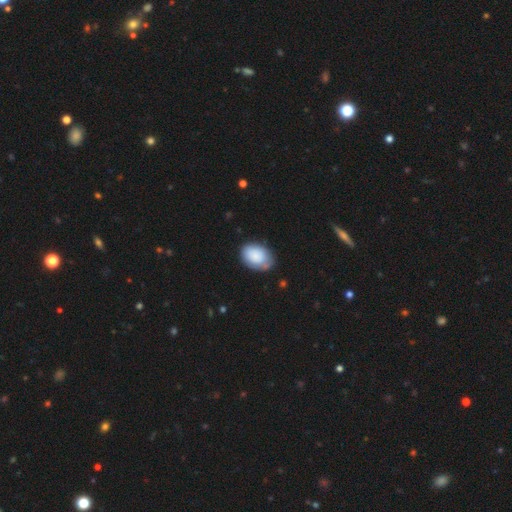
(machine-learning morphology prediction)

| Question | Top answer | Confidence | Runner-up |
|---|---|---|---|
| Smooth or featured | smooth | 80% | featured or disk (14%) |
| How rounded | in between | 82% | round (17%) |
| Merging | none | 66% | minor disturbance (25%) |